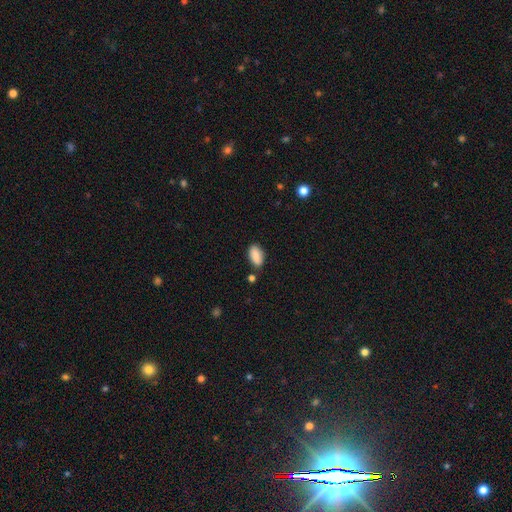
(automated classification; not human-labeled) A smooth galaxy with no disk features (88%) that is in between round and cigar-shaped (92%). Merging: none (78%).